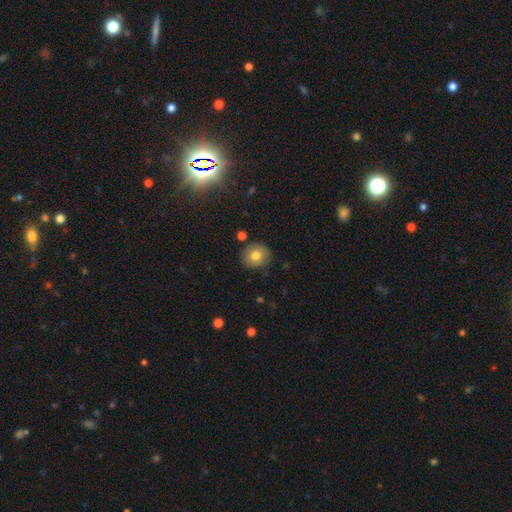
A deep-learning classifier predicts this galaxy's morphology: Overall: smooth (76%). How rounded: round (90%). Merging: none (86%).